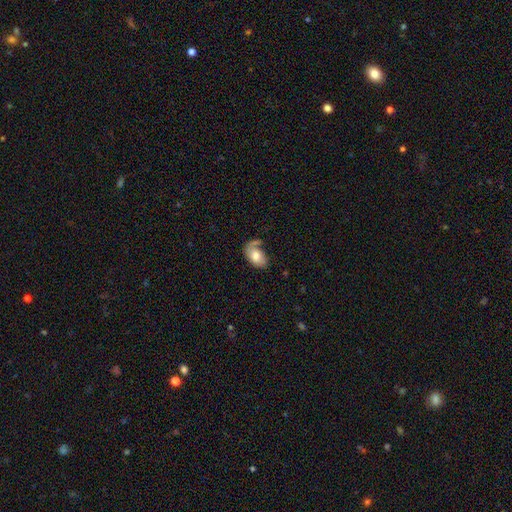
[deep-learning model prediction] smooth-or-featured: smooth: 68% | featured or disk: 26% | star or artifact: 6%
  how-rounded: in between: 90% | round: 8% | cigar-shaped: 2%
  merging: none: 42% | minor disturbance: 25% | major disturbance: 21% | merger: 12%